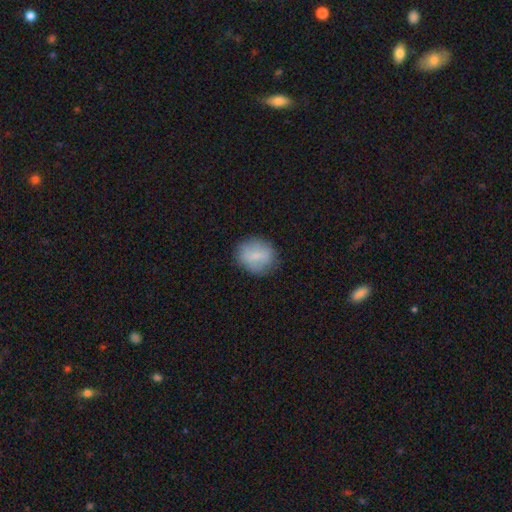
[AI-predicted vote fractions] Smooth or featured?
  - smooth: 68% *
  - featured or disk: 24%
  - star or artifact: 8%
How rounded?
  - round: 59% *
  - in between: 39%
  - cigar-shaped: 2%
Merging?
  - none: 79% *
  - minor disturbance: 15%
  - major disturbance: 5%
  - merger: 1%